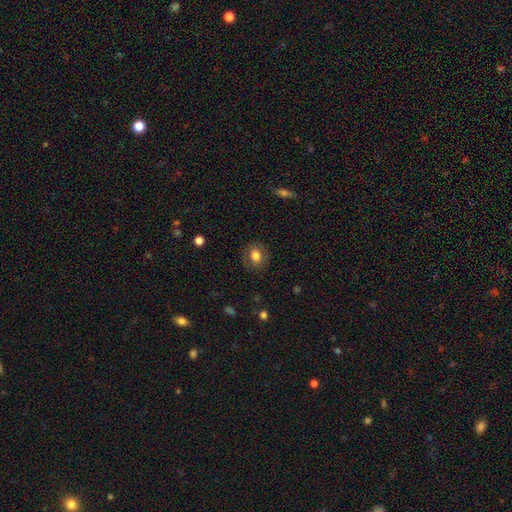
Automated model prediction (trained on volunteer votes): Smooth or featured? Predicted: smooth (p=0.73). How rounded? Predicted: round (p=0.55). Merging? Predicted: none (p=0.83).